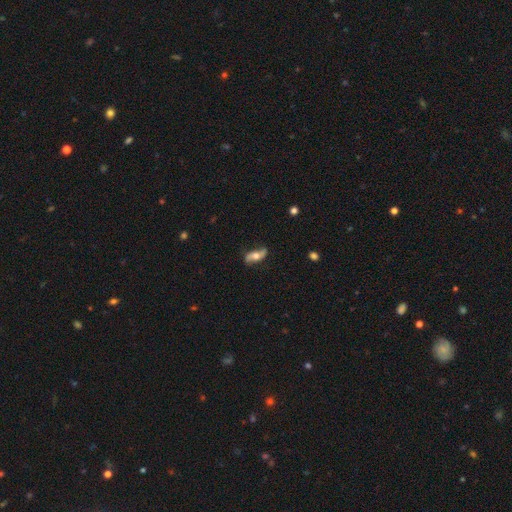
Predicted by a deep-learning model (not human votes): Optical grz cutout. It shows a featured or disk galaxy (71%) with no bar (64%), 2 (92%) loose (78%) spiral arms (89%) and a moderate central bulge (64%). Merging: none (77%).